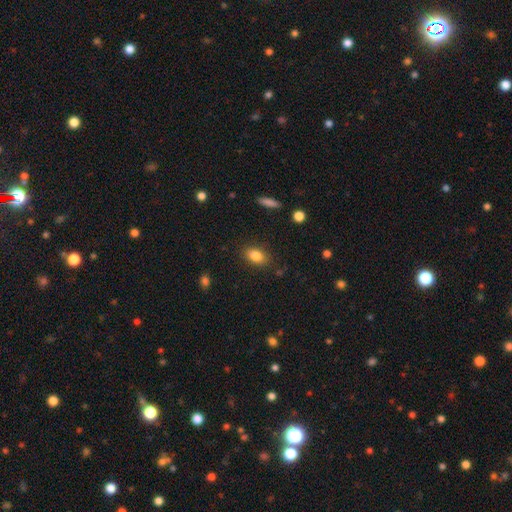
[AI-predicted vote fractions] A smooth galaxy with no disk features (83%) that is in between round and cigar-shaped (85%).

Vote fractions:
- Smooth or featured? smooth: 83% / star or artifact: 9% / featured or disk: 7%
- How rounded? in between: 85% / round: 11% / cigar-shaped: 4%
- Merging? none: 84% / minor disturbance: 11% / major disturbance: 3% / merger: 2%